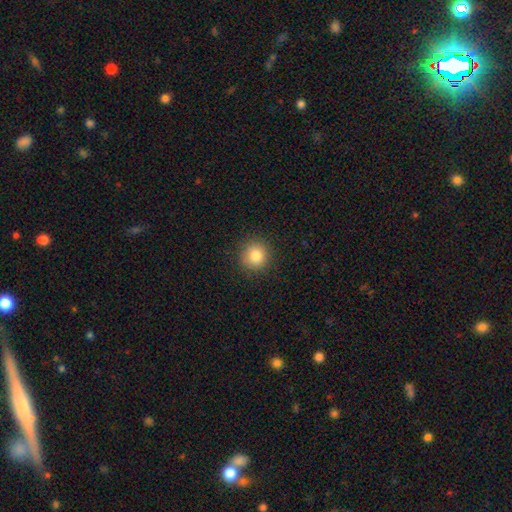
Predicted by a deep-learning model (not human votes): Q: Smooth or featured?
A: smooth (83%); runner-up: star or artifact (11%)
Q: How rounded?
A: round (92%); runner-up: in between (7%)
Q: Merging?
A: none (89%); runner-up: minor disturbance (8%)